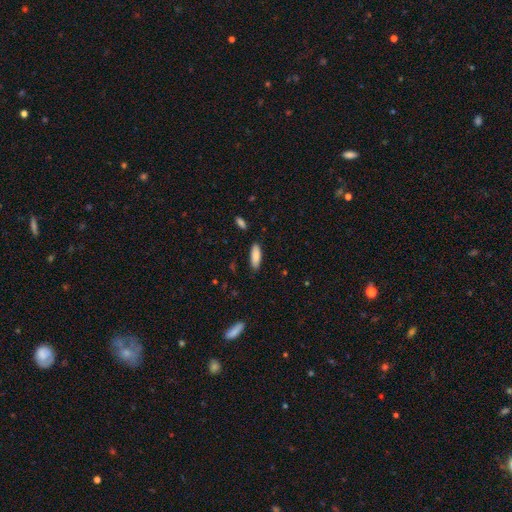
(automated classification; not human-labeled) This is clearly a smooth galaxy (86%). How rounded: possibly in between (60%). Merging: clearly none (87%).